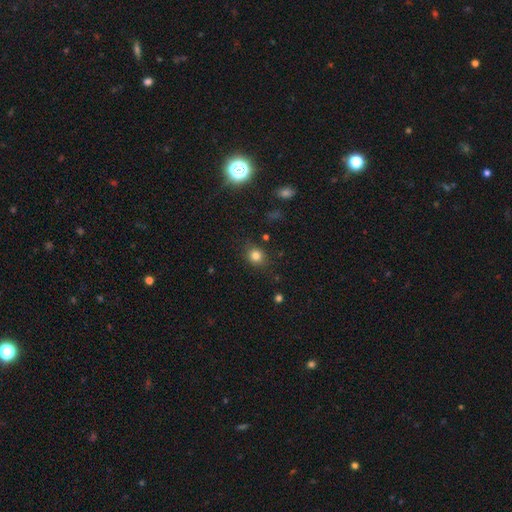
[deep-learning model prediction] Smooth or featured?
  - smooth: 80% *
  - star or artifact: 13%
  - featured or disk: 7%
How rounded?
  - round: 70% *
  - in between: 29%
  - cigar-shaped: 1%
Merging?
  - none: 81% *
  - minor disturbance: 13%
  - major disturbance: 4%
  - merger: 2%